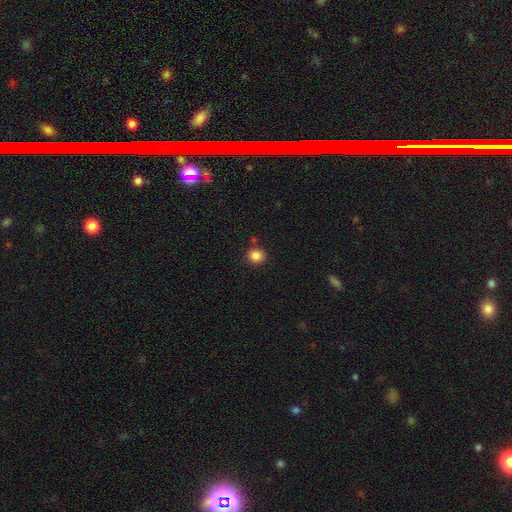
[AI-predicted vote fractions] smooth 86%, star or artifact 10%, featured or disk 4%. Down the decision tree: how rounded — round (84%); merging — none (86%).